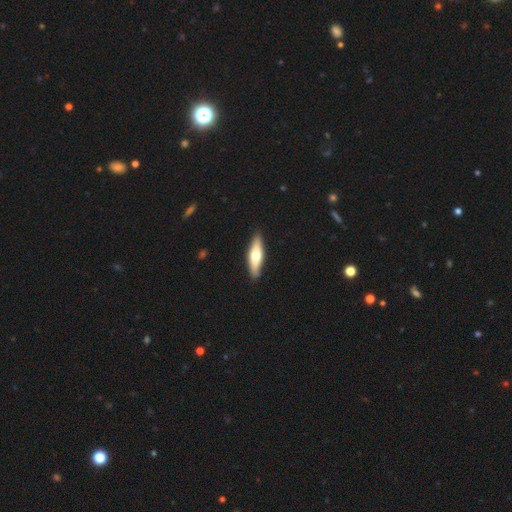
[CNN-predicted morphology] The model was most divided on "smooth or featured": smooth: 54%, featured or disk: 41%, star or artifact: 5%. More confident: merging — none (90%); how rounded — cigar-shaped (57%).